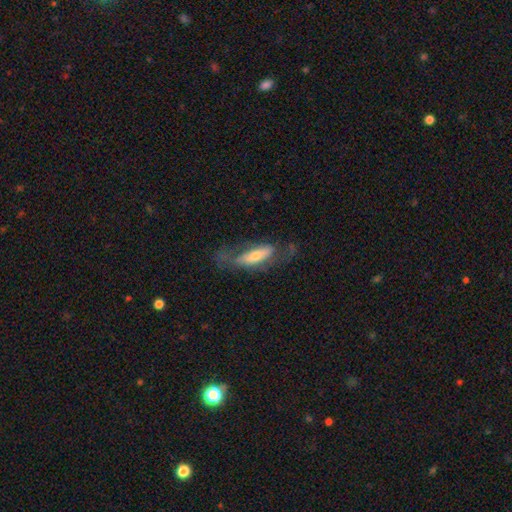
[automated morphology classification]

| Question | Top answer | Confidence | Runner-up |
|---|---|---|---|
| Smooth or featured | featured or disk | 51% | smooth (42%) |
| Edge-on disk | no | 68% | yes (32%) |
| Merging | none | 54% | major disturbance (23%) |